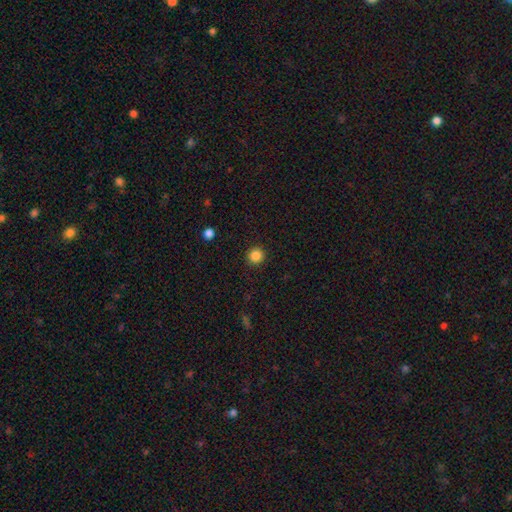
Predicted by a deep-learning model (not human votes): smooth_or_featured: smooth (p=0.86) [alt: star or artifact p=0.11]
how_rounded: round (p=0.95) [alt: in between p=0.05]
merging: none (p=0.92) [alt: minor disturbance p=0.05]